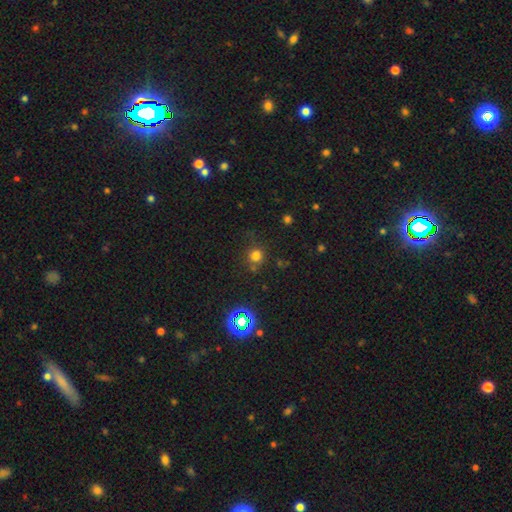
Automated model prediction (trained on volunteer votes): smooth_or_featured: smooth (p=0.72) [alt: star or artifact p=0.21]
how_rounded: round (p=0.90) [alt: in between p=0.09]
merging: none (p=0.73) [alt: minor disturbance p=0.14]